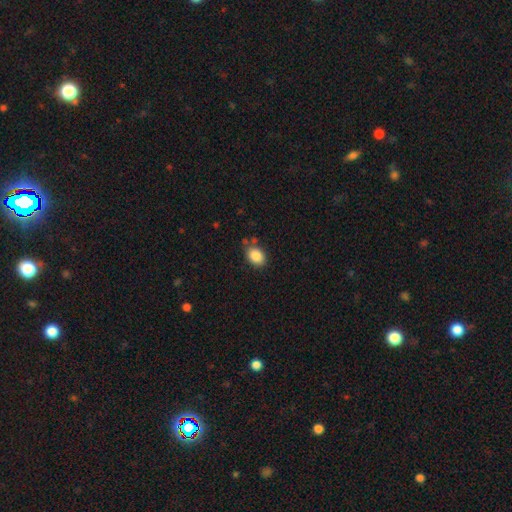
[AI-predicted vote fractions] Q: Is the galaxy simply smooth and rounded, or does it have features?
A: smooth — 86%.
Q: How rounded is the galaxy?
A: in between — 70%.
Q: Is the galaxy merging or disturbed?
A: none — 77%.